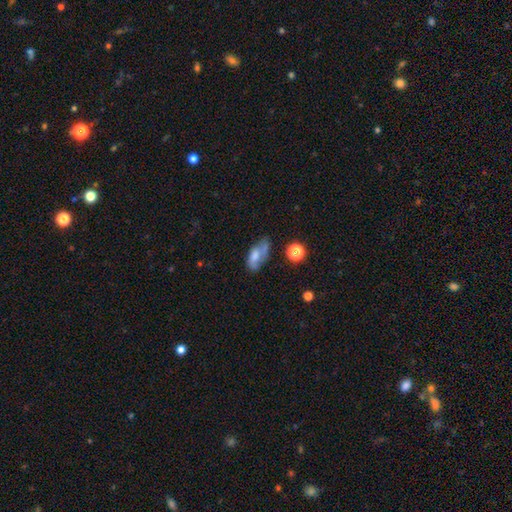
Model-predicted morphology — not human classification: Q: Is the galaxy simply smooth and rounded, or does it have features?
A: smooth — 58%.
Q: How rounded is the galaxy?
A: in between — 85%.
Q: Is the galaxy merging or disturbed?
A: none — 38%.